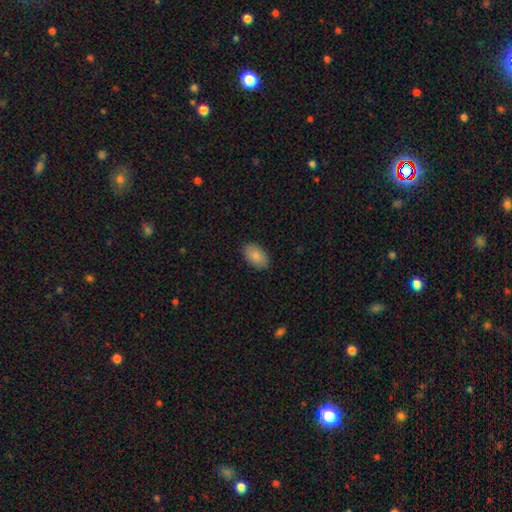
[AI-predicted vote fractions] This is clearly a smooth galaxy (86%). How rounded: clearly in between (93%). Merging: clearly none (88%).